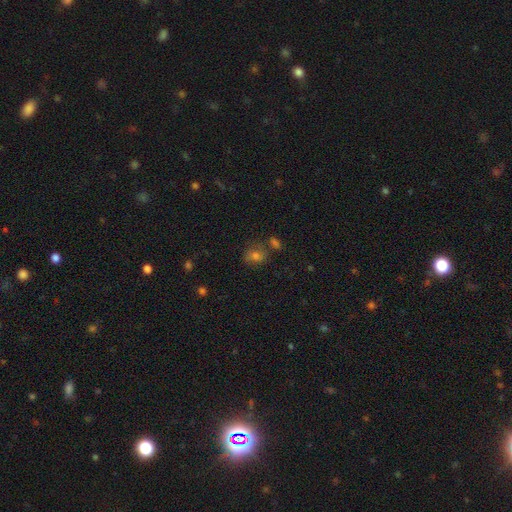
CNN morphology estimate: smooth 60%, star or artifact 23%, featured or disk 17%. Down the decision tree: how rounded — round (63%); merging — none (67%).